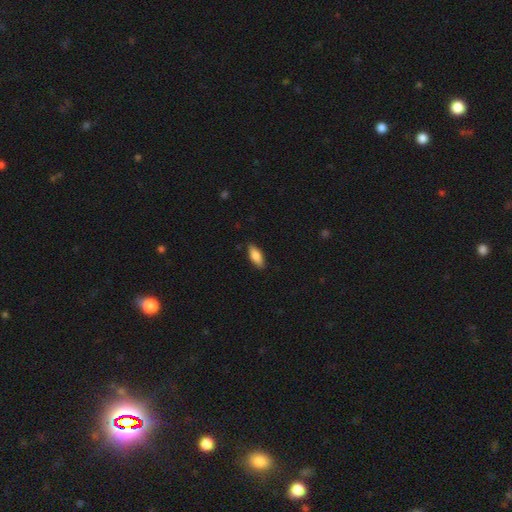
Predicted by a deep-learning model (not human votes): smooth_or_featured: smooth (p=0.80) [alt: featured or disk p=0.14]
how_rounded: in between (p=0.75) [alt: cigar-shaped p=0.23]
merging: none (p=0.87) [alt: minor disturbance p=0.10]